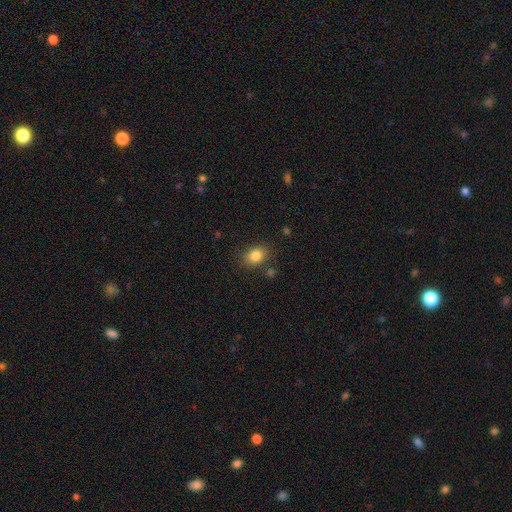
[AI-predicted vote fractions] Smooth or featured? smooth (83%)
How rounded? in between (67%)
Merging? none (81%)